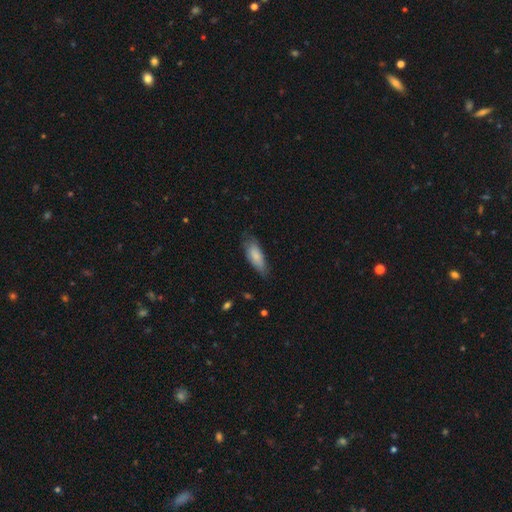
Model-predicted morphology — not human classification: smooth-or-featured: smooth: 79% | featured or disk: 15% | star or artifact: 6%
  how-rounded: in between: 74% | cigar-shaped: 24% | round: 2%
  merging: none: 63% | minor disturbance: 29% | major disturbance: 7% | merger: 1%